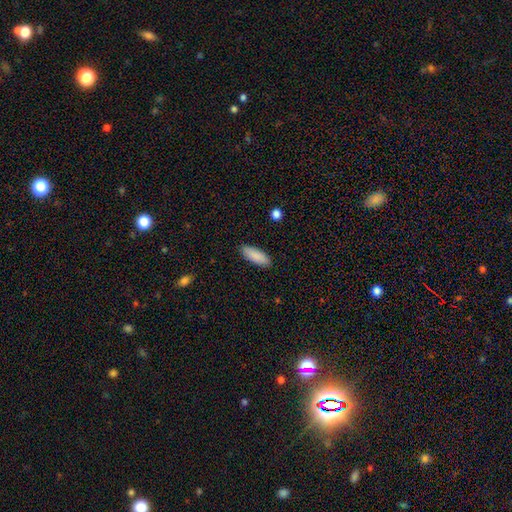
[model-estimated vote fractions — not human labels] This appears to be a smooth galaxy with no disk features (89%) that is in between round and cigar-shaped (70%). Merging: none (90%).